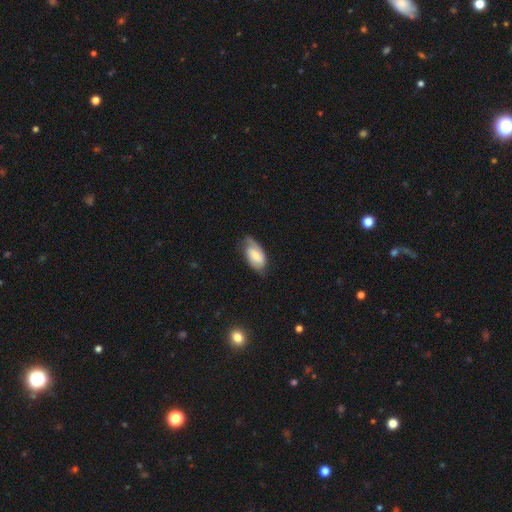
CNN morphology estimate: Smooth or featured?
  - smooth: 48% *
  - featured or disk: 45%
  - star or artifact: 7%
Merging?
  - none: 60% *
  - minor disturbance: 29%
  - major disturbance: 10%
  - merger: 1%